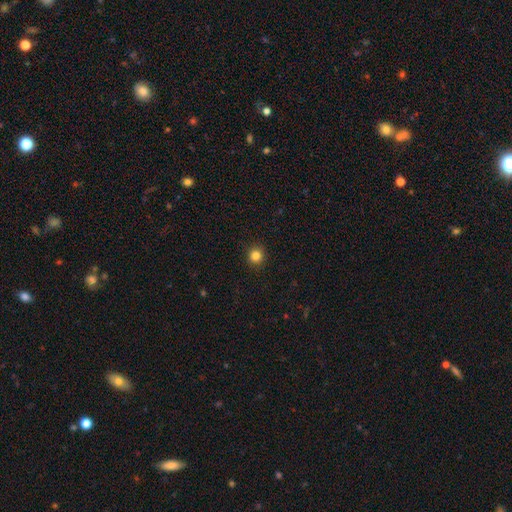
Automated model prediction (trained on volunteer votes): This appears to be a smooth galaxy with no disk features (84%) that is round (94%). Merging: none (93%).